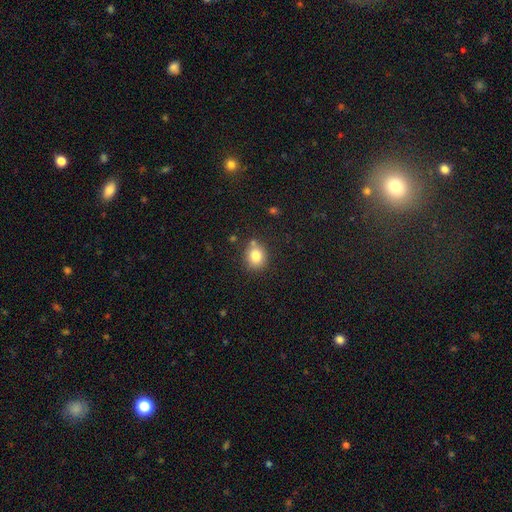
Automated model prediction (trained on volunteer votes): Morphology: type=smooth (82%); roundness=round (74%); merging=none (76%).